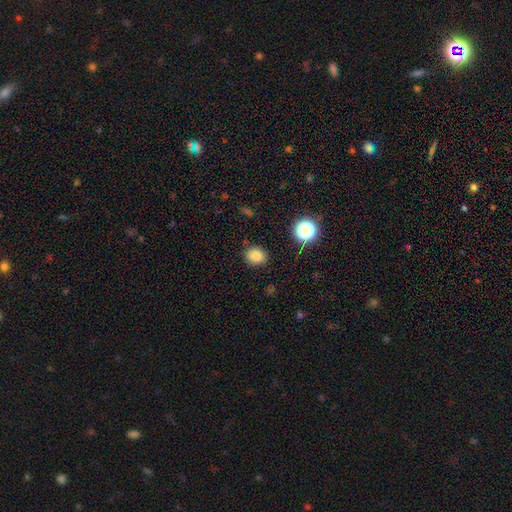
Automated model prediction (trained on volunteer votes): smooth 81%, star or artifact 13%, featured or disk 5%. Down the decision tree: how rounded — round (67%); merging — none (85%).